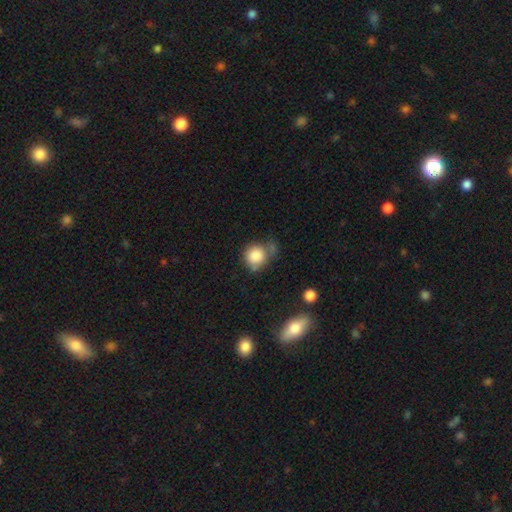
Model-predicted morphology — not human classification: smooth 85%, star or artifact 9%, featured or disk 7%. Down the decision tree: how rounded — round (85%); merging — none (46%).